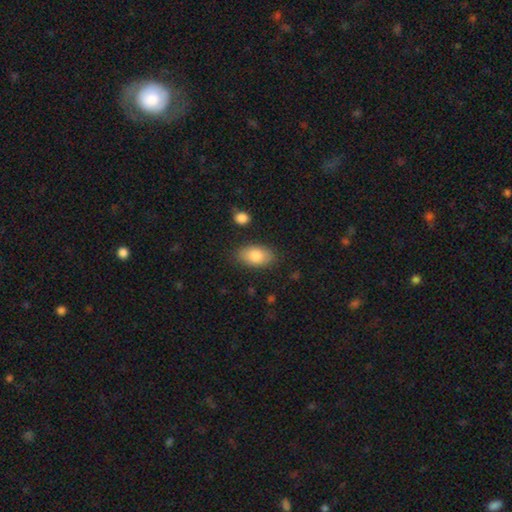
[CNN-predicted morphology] Smooth or featured: smooth — 82% (featured or disk — 11%)
How rounded: in between — 92% (round — 6%)
Merging: none — 84% (minor disturbance — 12%)